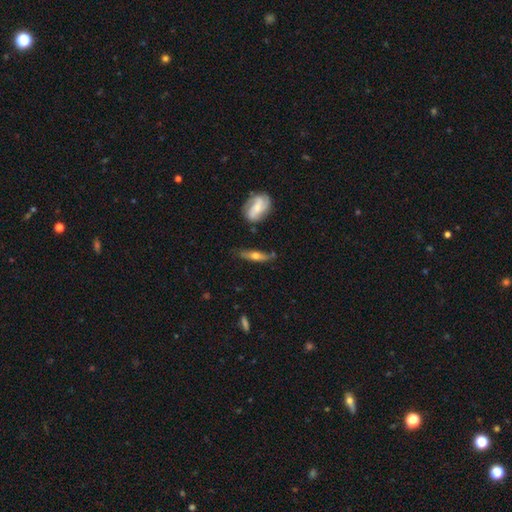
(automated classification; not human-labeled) This appears to be a featured or disk galaxy (53%) viewed edge-on (79%). Merging: none (74%).